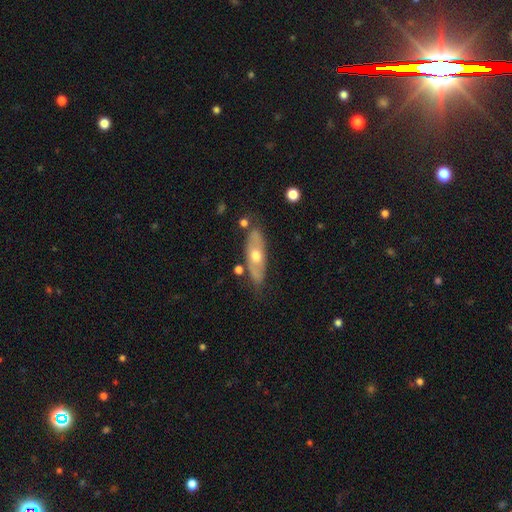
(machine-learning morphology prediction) Smooth or featured?
  - featured or disk: 56% *
  - smooth: 37%
  - star or artifact: 6%
Edge-on disk?
  - no: 63% *
  - yes: 37%
Merging?
  - none: 77% *
  - minor disturbance: 15%
  - merger: 5%
  - major disturbance: 4%